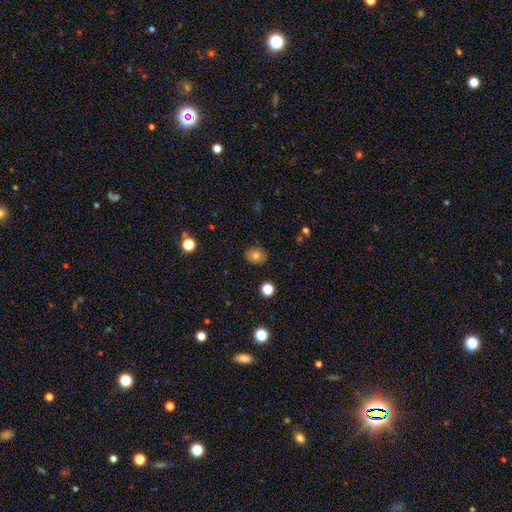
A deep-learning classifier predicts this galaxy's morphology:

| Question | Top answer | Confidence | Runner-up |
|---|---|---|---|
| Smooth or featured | smooth | 77% | star or artifact (13%) |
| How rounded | round | 72% | in between (27%) |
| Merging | none | 86% | minor disturbance (10%) |